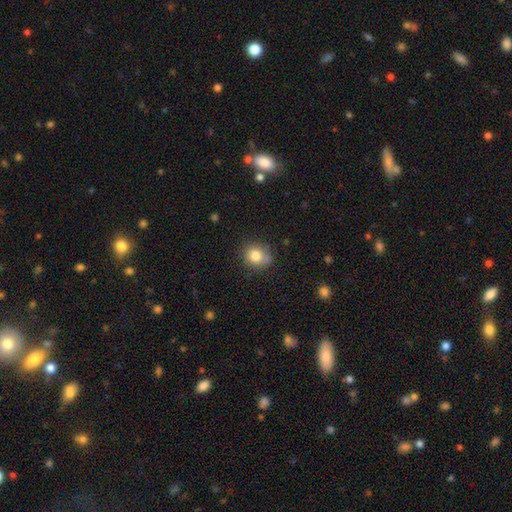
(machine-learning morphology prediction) The model was most divided on "merging": none: 70%, minor disturbance: 21%, major disturbance: 5%, merger: 4%. More confident: smooth or featured — smooth (81%); how rounded — round (78%).